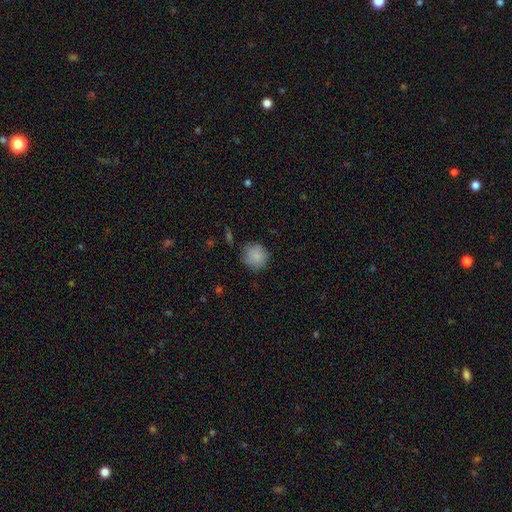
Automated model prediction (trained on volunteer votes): A smooth galaxy with no disk features (87%) that is round (90%). Merging: none (81%).